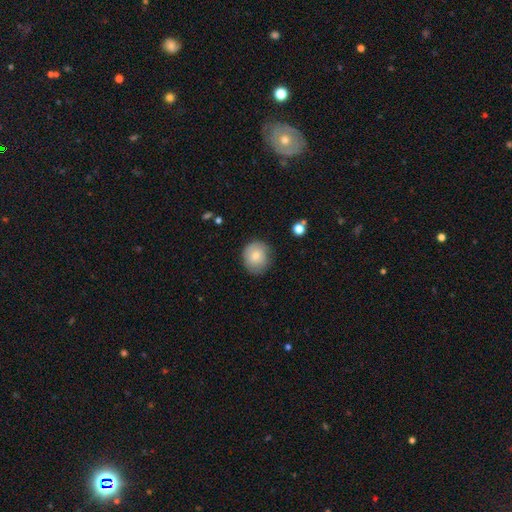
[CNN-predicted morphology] Overall: smooth (74%). How rounded: round (83%). Merging: none (75%).